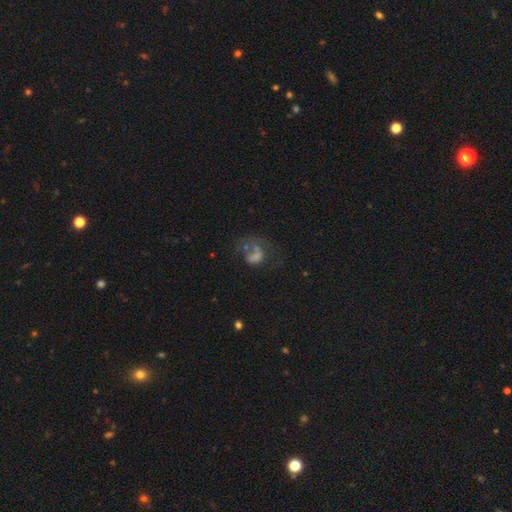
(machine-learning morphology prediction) type=featured or disk (45%); merging=major disturbance (44%).